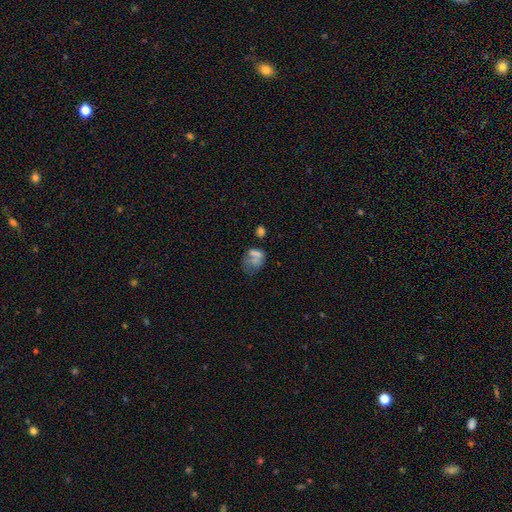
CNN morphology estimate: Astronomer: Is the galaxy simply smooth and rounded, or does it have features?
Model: smooth — 57%.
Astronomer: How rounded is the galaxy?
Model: in between — 58% (runner-up: round, 41%).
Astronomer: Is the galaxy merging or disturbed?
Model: none — 29% (runner-up: major disturbance, 26%).